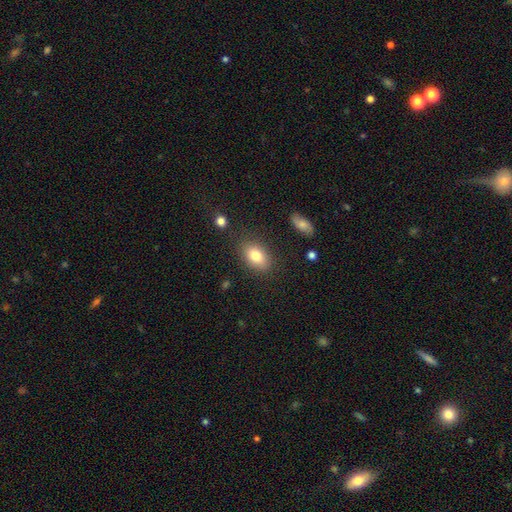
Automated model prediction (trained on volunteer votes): This is clearly a smooth galaxy (80%). How rounded: clearly in between (84%). Merging: clearly none (83%).